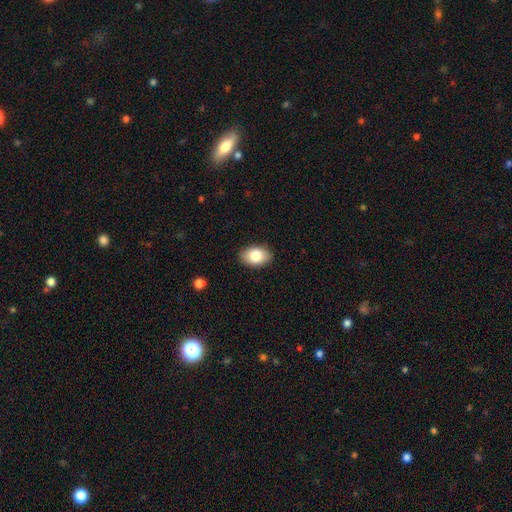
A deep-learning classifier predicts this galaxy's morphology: This is clearly a smooth galaxy (83%). How rounded: clearly in between (88%). Merging: clearly none (88%).